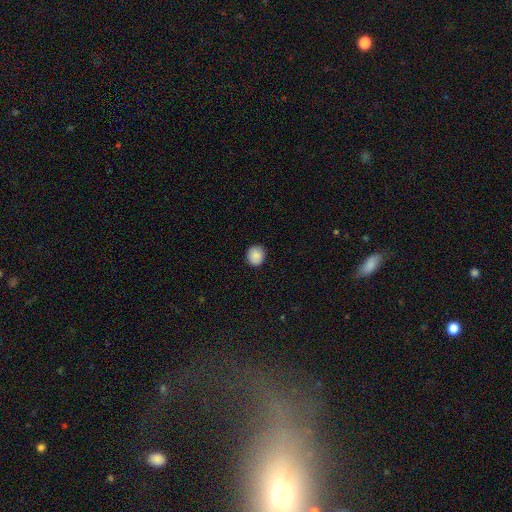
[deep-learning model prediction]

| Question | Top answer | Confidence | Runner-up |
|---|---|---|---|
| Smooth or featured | smooth | 88% | star or artifact (8%) |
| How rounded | round | 84% | in between (15%) |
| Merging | none | 90% | minor disturbance (7%) |